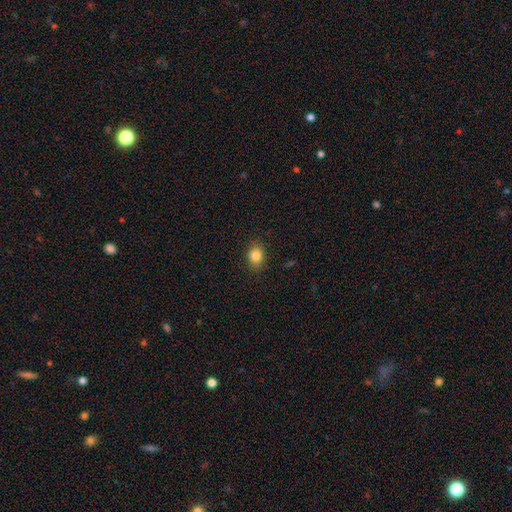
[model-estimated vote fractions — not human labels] A smooth galaxy with no disk features (84%) that is in between round and cigar-shaped (53%).

Vote fractions:
- Smooth or featured? smooth: 84% / star or artifact: 10% / featured or disk: 6%
- How rounded? in between: 53% / round: 45% / cigar-shaped: 1%
- Merging? none: 85% / minor disturbance: 11% / major disturbance: 3% / merger: 1%